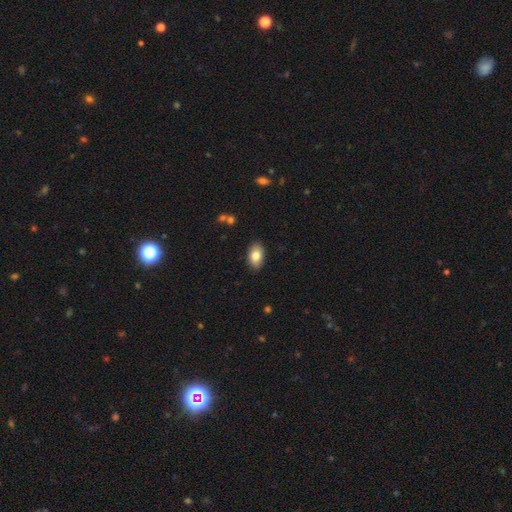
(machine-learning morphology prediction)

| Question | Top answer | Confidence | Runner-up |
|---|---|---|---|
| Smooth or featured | smooth | 82% | featured or disk (10%) |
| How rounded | in between | 91% | round (8%) |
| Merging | none | 88% | minor disturbance (9%) |